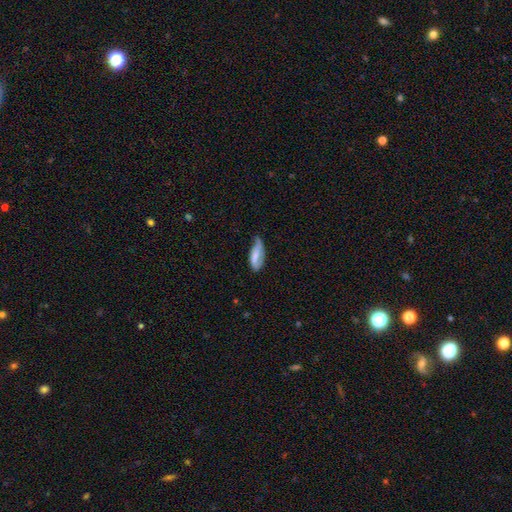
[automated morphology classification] smooth-or-featured: smooth: 63% | featured or disk: 30% | star or artifact: 7%
  how-rounded: in between: 76% | cigar-shaped: 22% | round: 2%
  merging: minor disturbance: 45% | none: 34% | major disturbance: 18% | merger: 3%